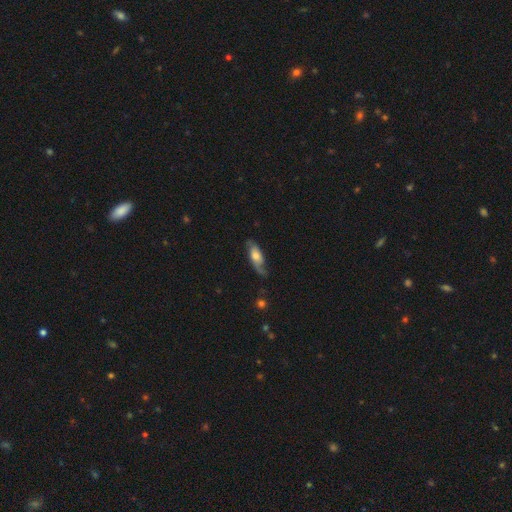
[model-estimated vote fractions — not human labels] Smooth or featured? Predicted: featured or disk (p=0.58). Edge-on disk? Predicted: no (p=0.74). Merging? Predicted: none (p=0.63).